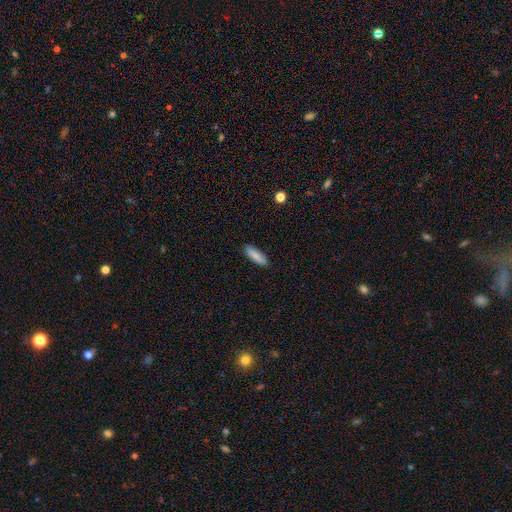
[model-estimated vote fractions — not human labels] A smooth galaxy with no disk features (86%) that is cigar-shaped (53%).

Vote fractions:
- Smooth or featured? smooth: 86% / featured or disk: 8% / star or artifact: 6%
- How rounded? cigar-shaped: 53% / in between: 46% / round: 2%
- Merging? none: 87% / minor disturbance: 10% / major disturbance: 2% / merger: 1%